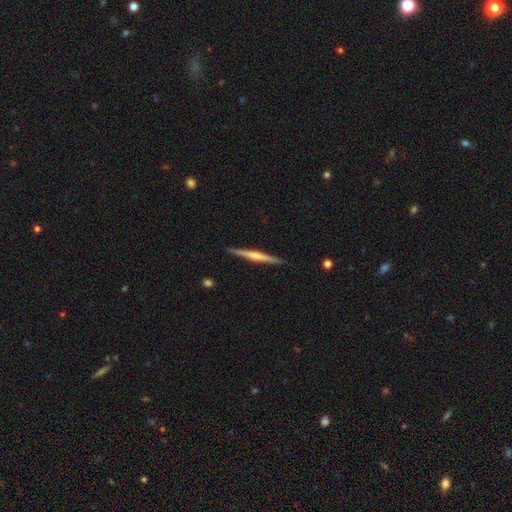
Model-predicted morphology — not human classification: smooth-or-featured: featured or disk: 73% | smooth: 22% | star or artifact: 5%
  disk-edge-on: yes: 98% | no: 2%
    edge-on-bulge: rounded: 73% | none: 17% | boxy: 10%
  merging: none: 92% | minor disturbance: 6% | major disturbance: 1% | merger: 1%